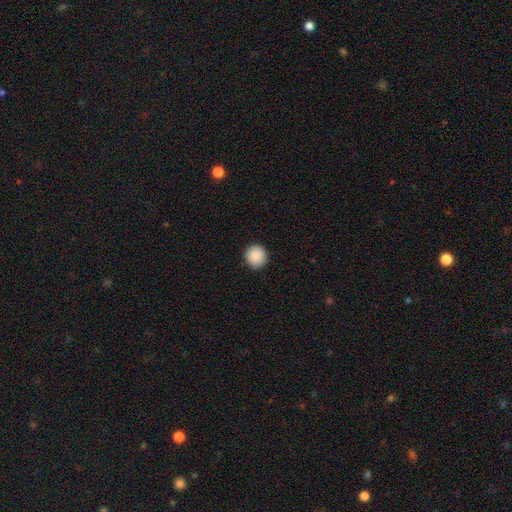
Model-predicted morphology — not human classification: Q: Smooth or featured?
A: smooth (89%); runner-up: star or artifact (8%)
Q: How rounded?
A: round (93%); runner-up: in between (6%)
Q: Merging?
A: none (92%); runner-up: minor disturbance (5%)